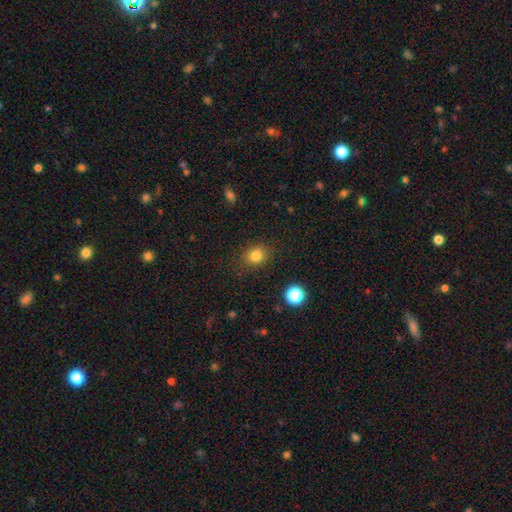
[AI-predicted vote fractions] Smooth or featured: smooth — 81% (star or artifact — 13%)
How rounded: round — 69% (in between — 30%)
Merging: none — 83% (minor disturbance — 11%)